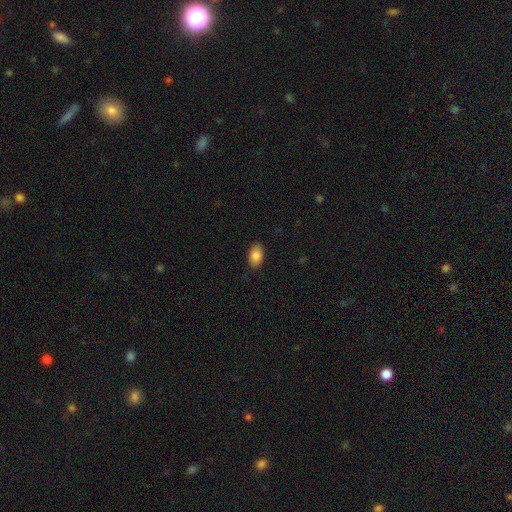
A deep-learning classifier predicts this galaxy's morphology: The model was most divided on "merging": none: 86%, minor disturbance: 11%, major disturbance: 2%, merger: 1%. More confident: how rounded — in between (90%); smooth or featured — smooth (87%).